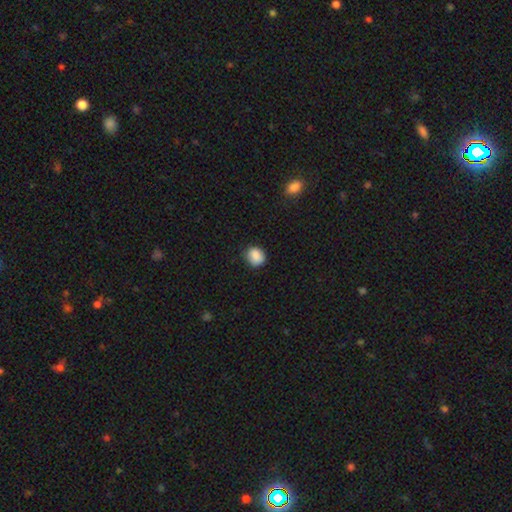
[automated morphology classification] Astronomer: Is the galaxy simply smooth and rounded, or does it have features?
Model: smooth — 88%.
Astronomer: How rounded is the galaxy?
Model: round — 71%.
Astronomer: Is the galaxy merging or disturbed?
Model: none — 82%.